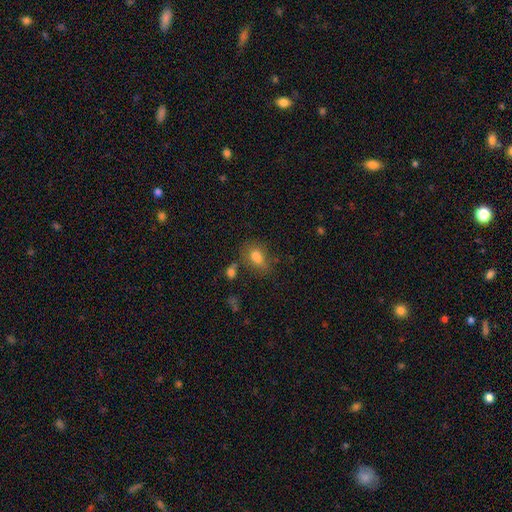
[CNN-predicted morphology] type=smooth (78%); roundness=in between (77%); merging=none (50%).